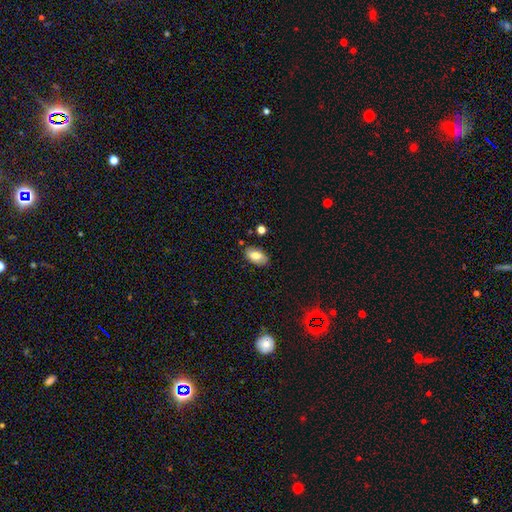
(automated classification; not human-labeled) Smooth or featured?
  - smooth: 77% *
  - featured or disk: 15%
  - star or artifact: 8%
How rounded?
  - in between: 93% *
  - round: 4%
  - cigar-shaped: 3%
Merging?
  - none: 83% *
  - minor disturbance: 13%
  - merger: 2%
  - major disturbance: 2%